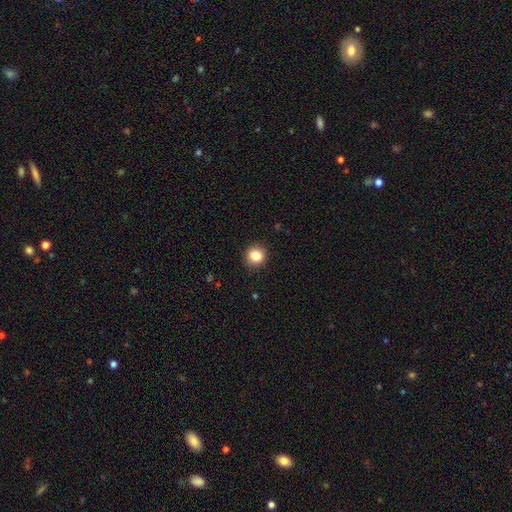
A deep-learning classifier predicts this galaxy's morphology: Smooth or featured?
  - smooth: 84% *
  - star or artifact: 10%
  - featured or disk: 5%
How rounded?
  - round: 89% *
  - in between: 10%
  - cigar-shaped: 1%
Merging?
  - none: 90% *
  - minor disturbance: 7%
  - major disturbance: 2%
  - merger: 1%